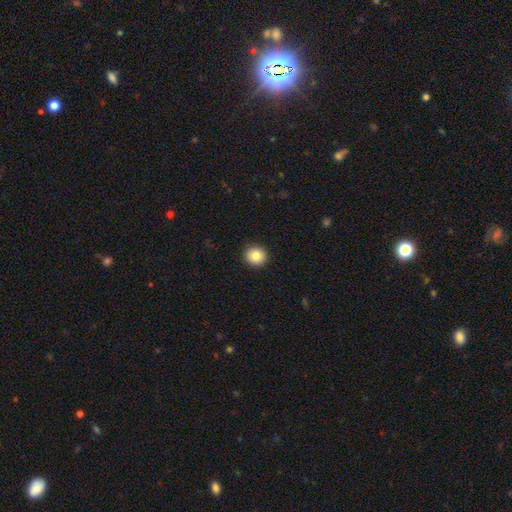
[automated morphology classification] Smooth or featured?
  - smooth: 84% *
  - star or artifact: 9%
  - featured or disk: 7%
How rounded?
  - round: 89% *
  - in between: 10%
  - cigar-shaped: 1%
Merging?
  - none: 92% *
  - minor disturbance: 6%
  - major disturbance: 2%
  - merger: 1%